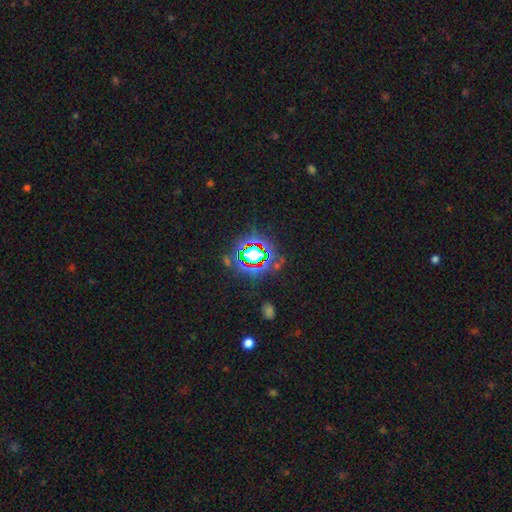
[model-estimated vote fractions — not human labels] smooth-or-featured: star or artifact: 71% | smooth: 18% | featured or disk: 12%